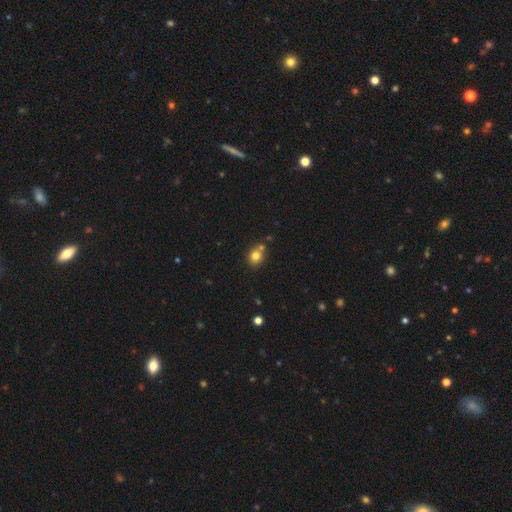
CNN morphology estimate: smooth_or_featured: smooth (p=0.79) [alt: star or artifact p=0.12]
how_rounded: round (p=0.70) [alt: in between p=0.29]
merging: none (p=0.63) [alt: merger p=0.21]